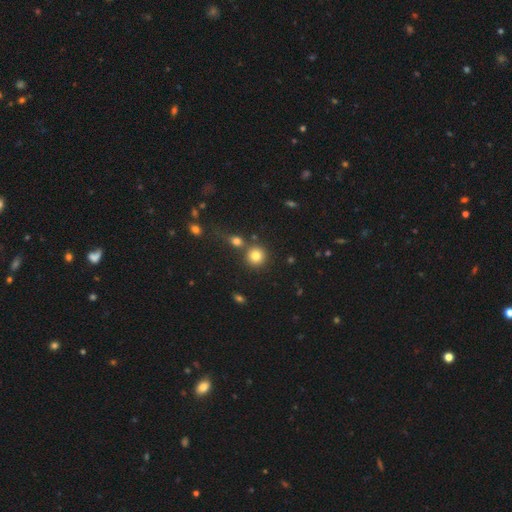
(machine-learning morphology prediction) The model was most divided on "merging": none: 74%, merger: 15%, minor disturbance: 8%, major disturbance: 3%. More confident: how rounded — round (91%); smooth or featured — smooth (79%).